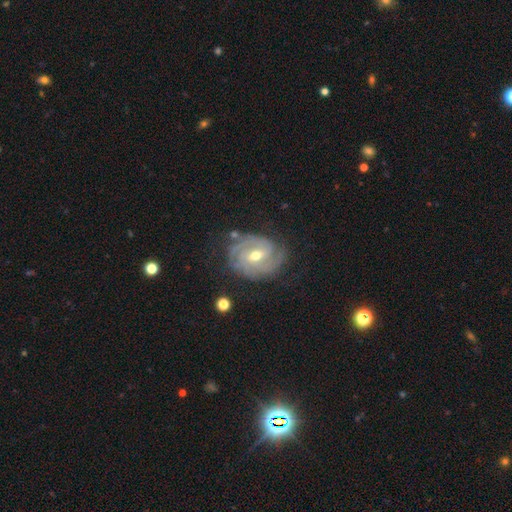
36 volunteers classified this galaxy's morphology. This appears to be a featured or disk galaxy (89%) with a weak bar (72%), 2 (69%) tight (69%) spiral arms (100%) and a moderate central bulge (62%). Merging: none (77%).